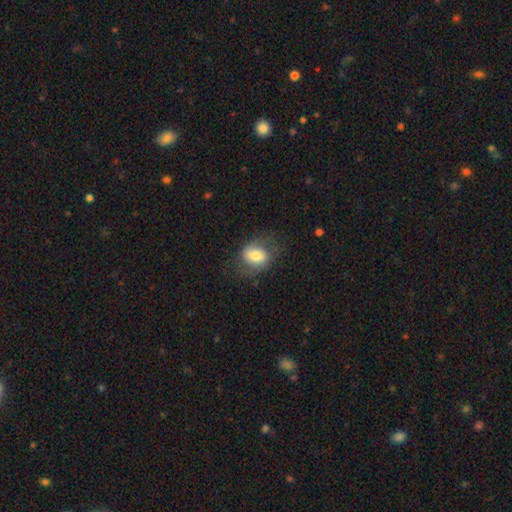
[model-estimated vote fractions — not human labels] smooth_or_featured: smooth (p=0.66) [alt: featured or disk p=0.26]
how_rounded: in between (p=0.58) [alt: round p=0.40]
merging: none (p=0.66) [alt: minor disturbance p=0.21]